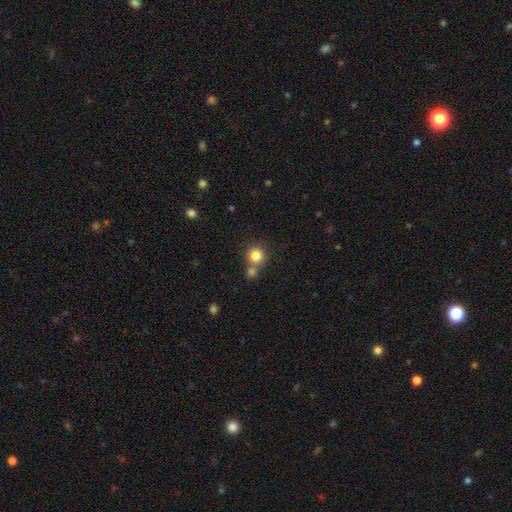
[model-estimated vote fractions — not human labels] This is clearly a smooth galaxy (82%). How rounded: clearly round (91%). Merging: possibly none (59%).